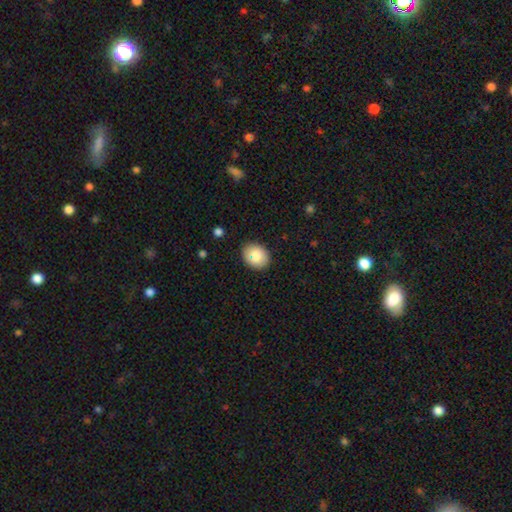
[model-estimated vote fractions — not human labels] smooth_or_featured: smooth (p=0.82) [alt: featured or disk p=0.10]
how_rounded: round (p=0.51) [alt: in between p=0.48]
merging: none (p=0.87) [alt: minor disturbance p=0.10]